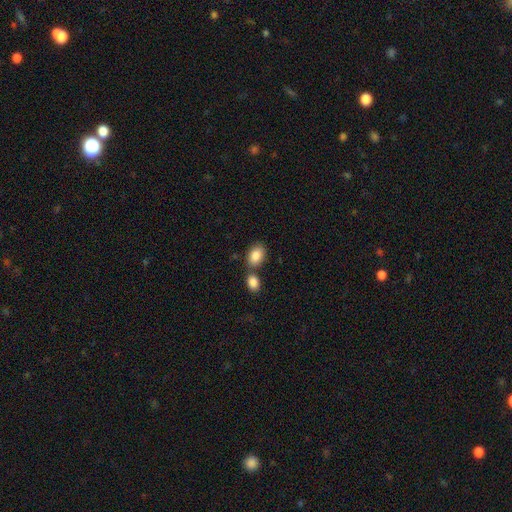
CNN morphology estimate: Overall: smooth (86%). How rounded: in between (81%). Merging: none (58%; merger 28%).